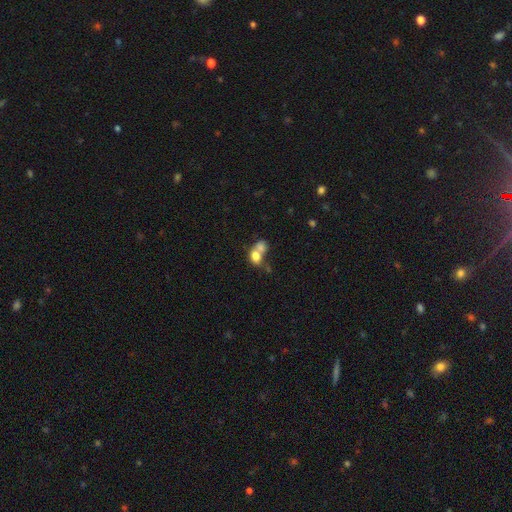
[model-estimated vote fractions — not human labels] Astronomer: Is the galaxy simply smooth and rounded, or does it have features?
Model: smooth — 73%.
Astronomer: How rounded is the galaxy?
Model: in between — 58% (runner-up: round, 41%).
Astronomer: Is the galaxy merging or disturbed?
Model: merger — 67%.